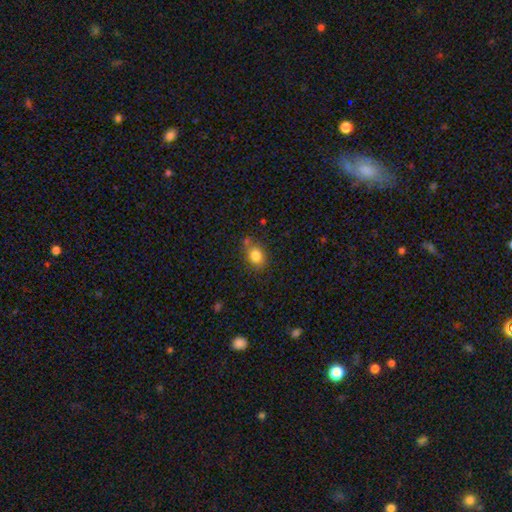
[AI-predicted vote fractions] This appears to be a smooth galaxy with no disk features (82%) that is in between round and cigar-shaped (57%). Merging: none (73%).